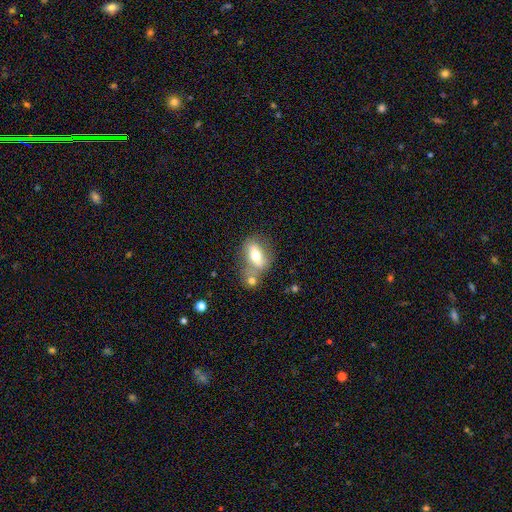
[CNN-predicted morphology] Smooth or featured?
  - smooth: 57% *
  - featured or disk: 35%
  - star or artifact: 8%
How rounded?
  - in between: 78% *
  - round: 13%
  - cigar-shaped: 10%
Merging?
  - none: 48% *
  - merger: 28%
  - minor disturbance: 16%
  - major disturbance: 8%